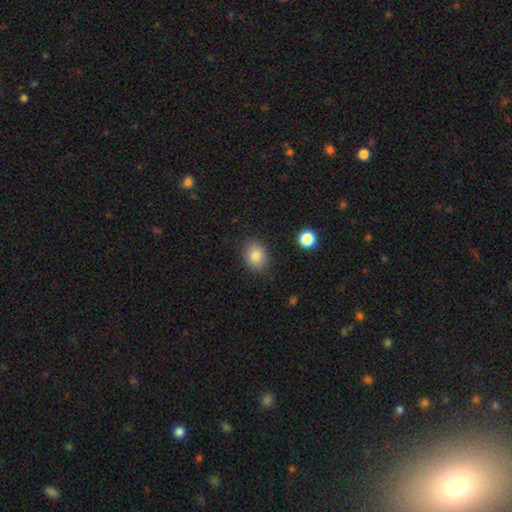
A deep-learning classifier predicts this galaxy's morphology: Overall: smooth (84%). How rounded: round (50%; in between 49%). Merging: none (85%).